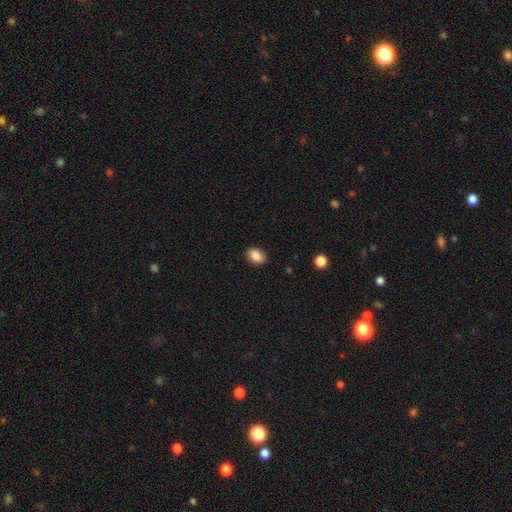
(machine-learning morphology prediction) smooth 87%, star or artifact 8%, featured or disk 5%. Down the decision tree: how rounded — in between (78%); merging — none (87%).